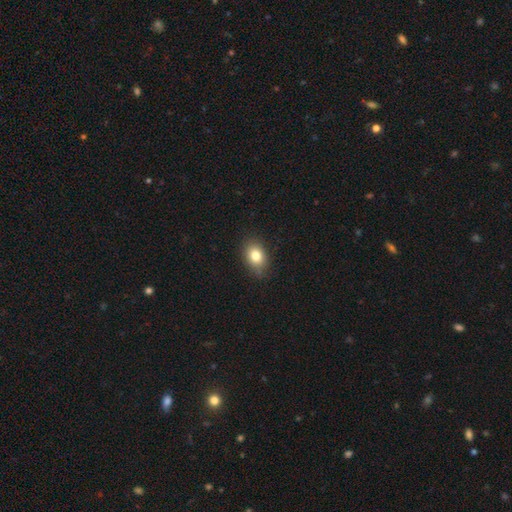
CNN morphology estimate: A smooth galaxy with no disk features (82%) that is in between round and cigar-shaped (70%). Merging: none (83%).